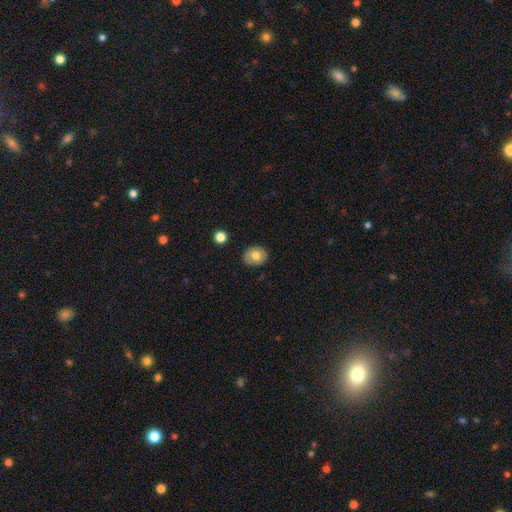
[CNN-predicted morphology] type=smooth (73%); roundness=round (58%); merging=none (85%).